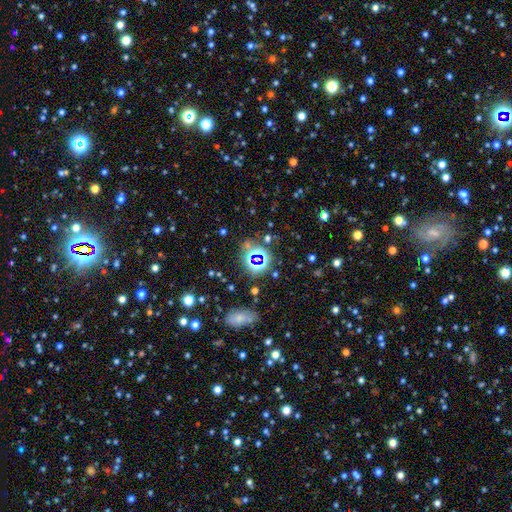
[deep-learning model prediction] smooth_or_featured: star or artifact (p=0.75) [alt: smooth p=0.16]